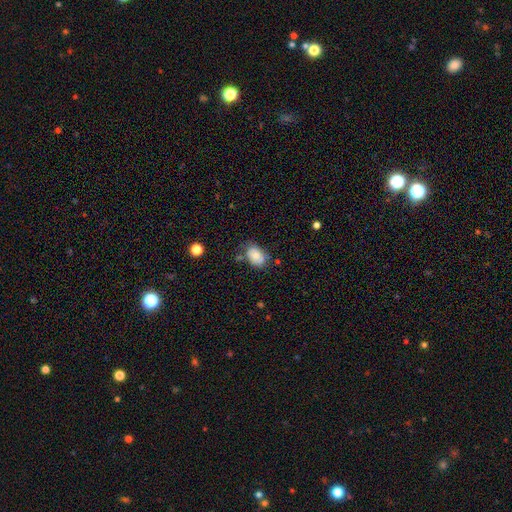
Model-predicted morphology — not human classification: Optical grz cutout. It shows a smooth galaxy with no disk features (76%) that is in between round and cigar-shaped (86%). Merging: none (56%).